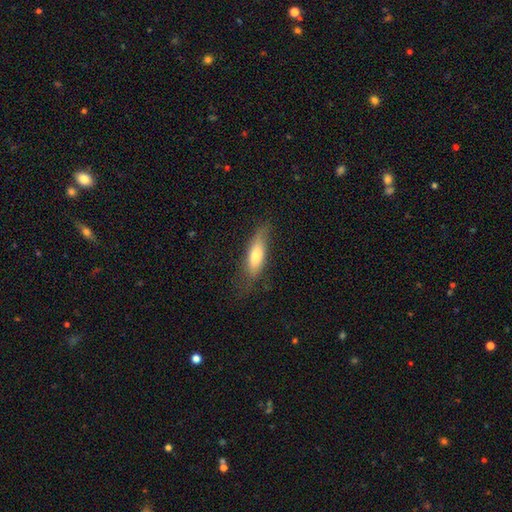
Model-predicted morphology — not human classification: Overall: smooth (65%; featured or disk 28%). How rounded: cigar-shaped (54%; in between 43%). Merging: none (64%; minor disturbance 25%).